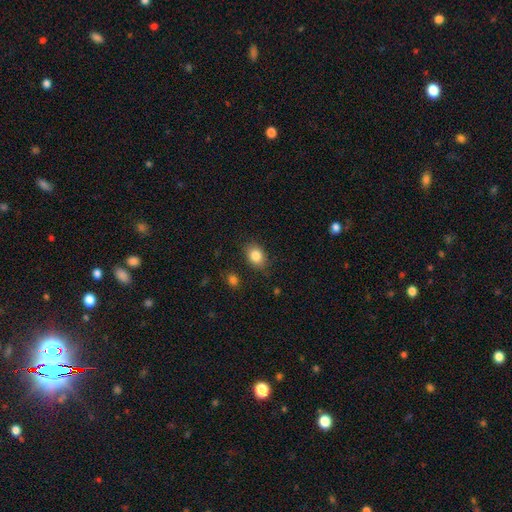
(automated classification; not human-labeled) Morphology: type=smooth (85%); roundness=in between (69%); merging=none (82%).